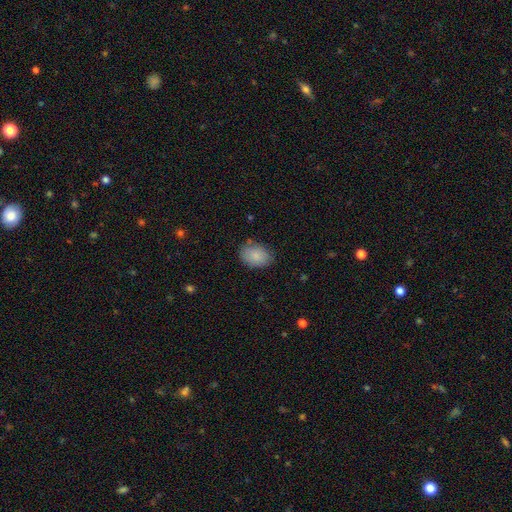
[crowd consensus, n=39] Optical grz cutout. It shows a smooth galaxy with no disk features (90%) that is in between round and cigar-shaped (77%). Merging: none (66%).